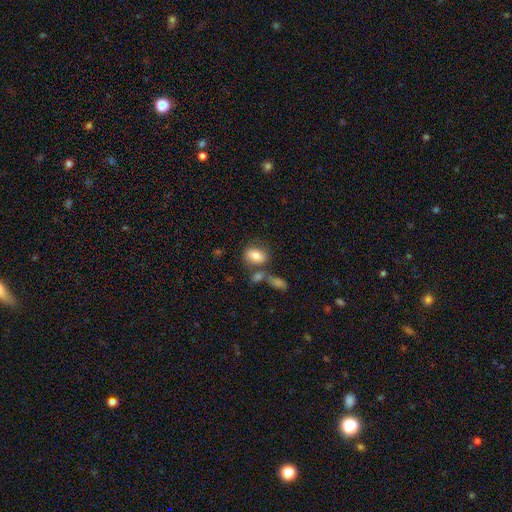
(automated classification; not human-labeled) A smooth galaxy with no disk features (79%) that is in between round and cigar-shaped (80%). Merging: none (57%).